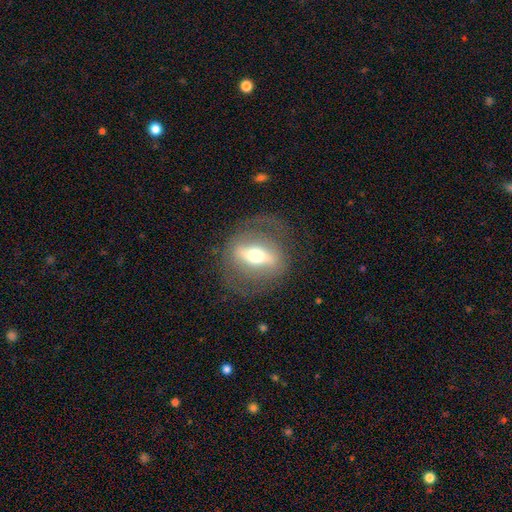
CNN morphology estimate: Smooth or featured: featured or disk — 73% (smooth — 21%)
Edge-on disk: no — 65% (yes — 35%)
Merging: none — 76% (minor disturbance — 12%)